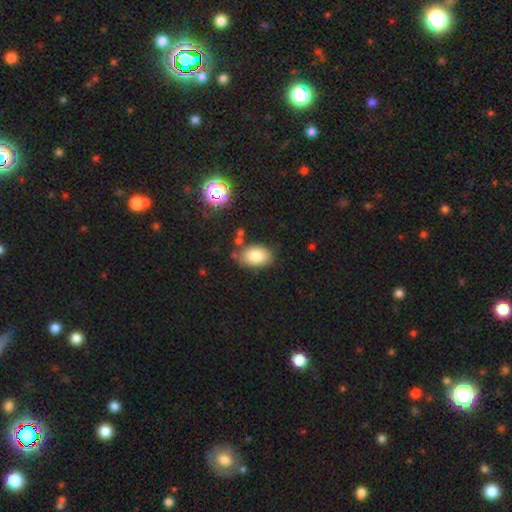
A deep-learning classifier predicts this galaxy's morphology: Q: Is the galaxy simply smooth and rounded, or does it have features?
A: smooth — 82%.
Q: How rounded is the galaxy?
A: in between — 87%.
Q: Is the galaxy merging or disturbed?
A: none — 74%.